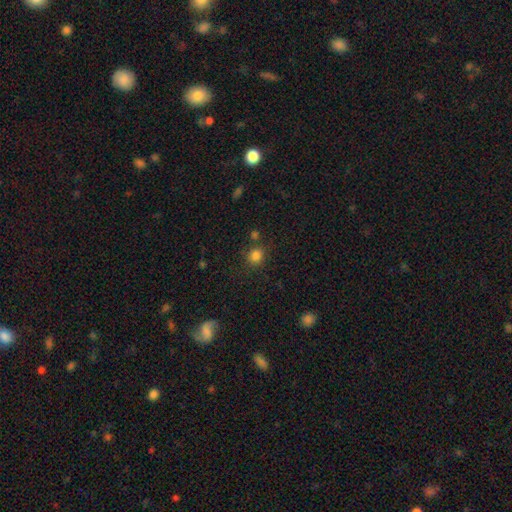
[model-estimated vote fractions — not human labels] Q: Smooth or featured?
A: smooth (82%); runner-up: star or artifact (14%)
Q: How rounded?
A: round (85%); runner-up: in between (14%)
Q: Merging?
A: none (79%); runner-up: minor disturbance (10%)